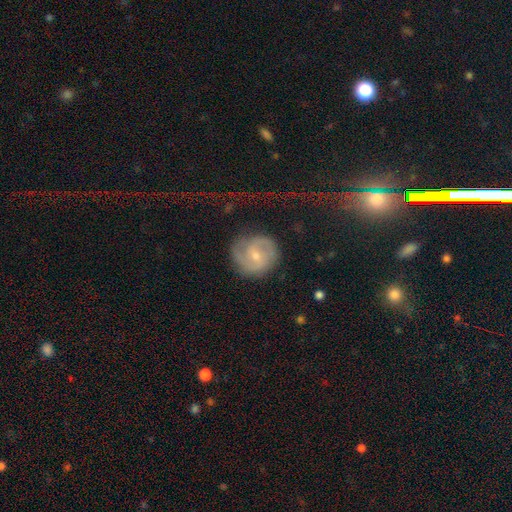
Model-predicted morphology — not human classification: Smooth or featured? featured or disk (65%)
Edge-on disk? no (97%)
Bar? weak (50%)
Spiral arms? yes (87%)
Spiral winding? medium (44%)
Spiral arm count? 2 (66%)
Bulge size? small (59%)
Merging? none (69%)